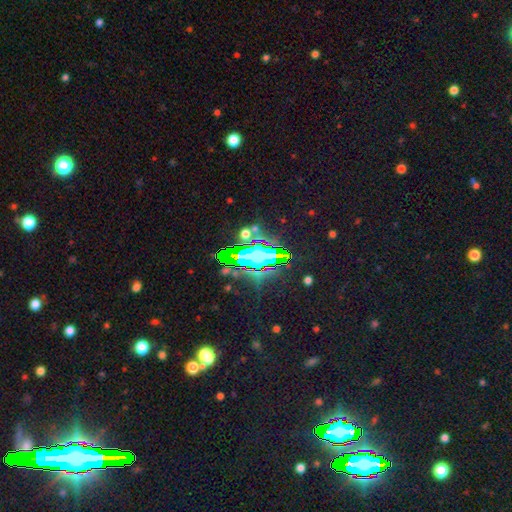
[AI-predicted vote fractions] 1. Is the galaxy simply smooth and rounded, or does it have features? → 65% star or artifact, 21% smooth, 13% featured or disk.